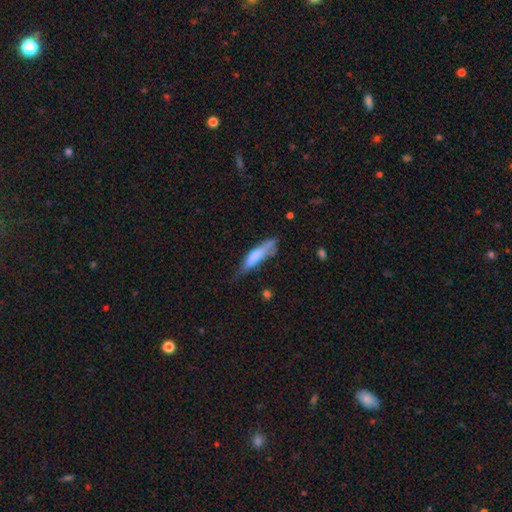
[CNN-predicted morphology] Q: Smooth or featured?
A: smooth (68%); runner-up: featured or disk (25%)
Q: How rounded?
A: cigar-shaped (73%); runner-up: in between (25%)
Q: Merging?
A: none (41%); runner-up: minor disturbance (36%)